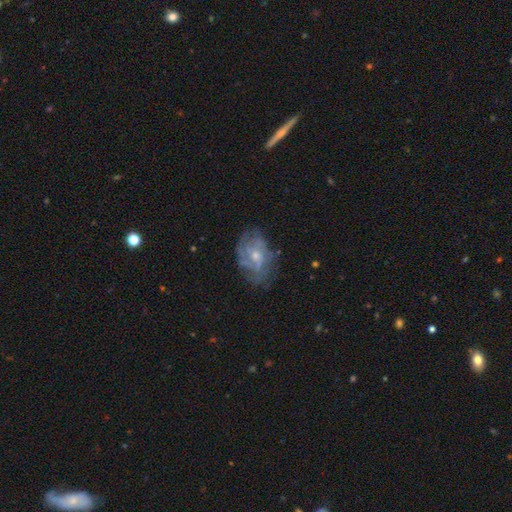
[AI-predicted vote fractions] smooth_or_featured: featured or disk (p=0.69) [alt: smooth p=0.20]
disk_edge_on: no (p=0.96) [alt: yes p=0.04]
bar: no (p=0.69) [alt: weak p=0.27]
has_spiral_arms: yes (p=0.79) [alt: no p=0.21]
spiral_winding: tight (p=0.46) [alt: medium p=0.38]
spiral_arm_count: can't tell (p=0.49) [alt: 2 p=0.15]
bulge_size: small (p=0.50) [alt: moderate p=0.44]
merging: none (p=0.68) [alt: minor disturbance p=0.21]